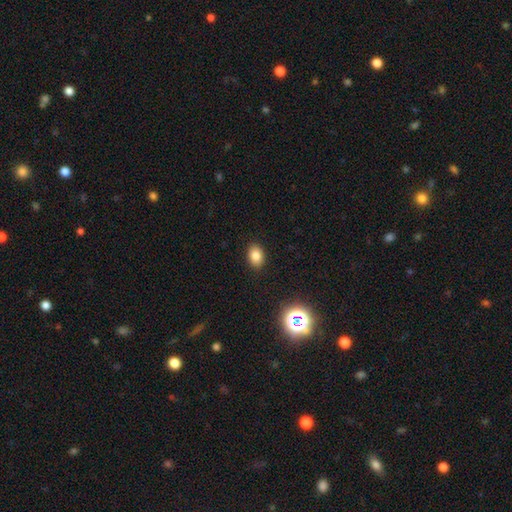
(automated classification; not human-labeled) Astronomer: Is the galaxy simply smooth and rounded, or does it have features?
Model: smooth — 81%.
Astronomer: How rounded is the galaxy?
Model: in between — 74%.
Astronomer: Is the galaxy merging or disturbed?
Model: none — 89%.